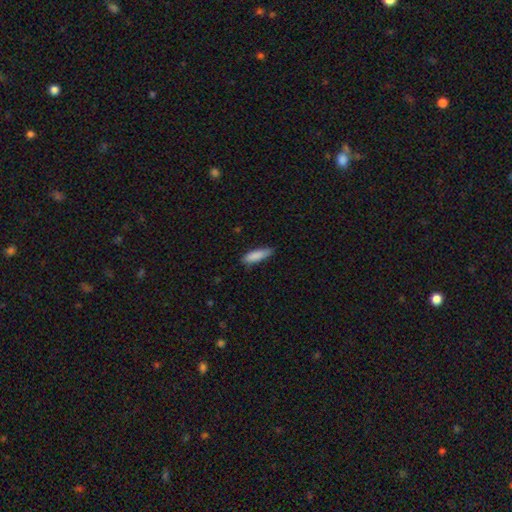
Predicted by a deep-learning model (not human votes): smooth 86%, featured or disk 7%, star or artifact 6%. Down the decision tree: how rounded — cigar-shaped (57%); merging — none (76%).